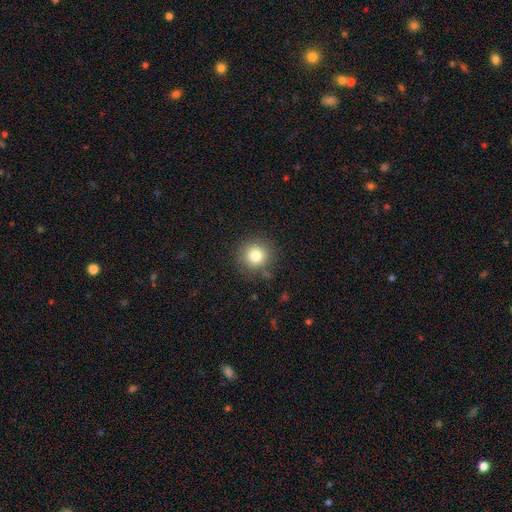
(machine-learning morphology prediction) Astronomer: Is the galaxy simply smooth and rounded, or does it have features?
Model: smooth — 79%.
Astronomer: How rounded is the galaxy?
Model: round — 94%.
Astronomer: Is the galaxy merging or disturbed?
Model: none — 85%.